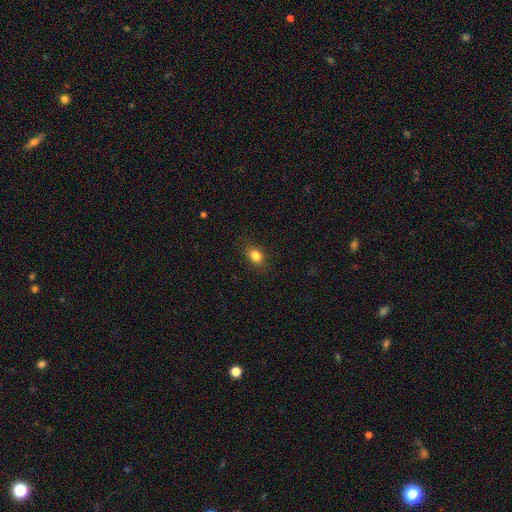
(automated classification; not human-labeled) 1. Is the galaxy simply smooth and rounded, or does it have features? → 83% smooth, 11% star or artifact, 6% featured or disk.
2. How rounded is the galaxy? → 69% in between, 29% round, 2% cigar-shaped.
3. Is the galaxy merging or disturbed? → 86% none, 10% minor disturbance, 3% major disturbance, 1% merger.